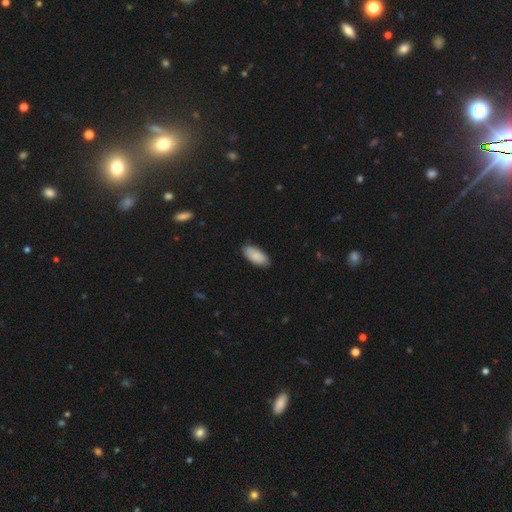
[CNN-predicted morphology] The model was most divided on "merging": none: 85%, minor disturbance: 12%, major disturbance: 2%, merger: 1%. More confident: how rounded — in between (92%); smooth or featured — smooth (87%).